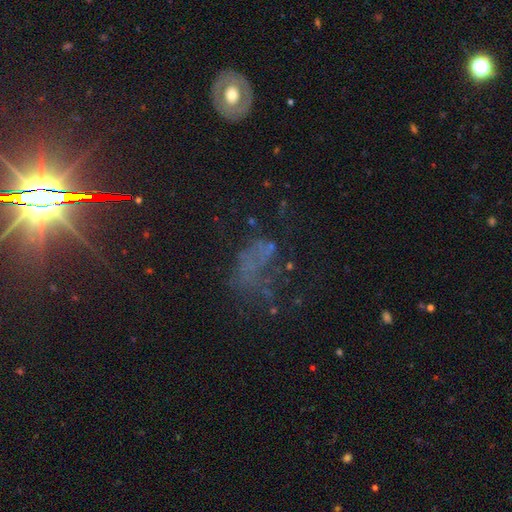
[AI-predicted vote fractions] This appears to be a star or artifact, not a galaxy (39%).